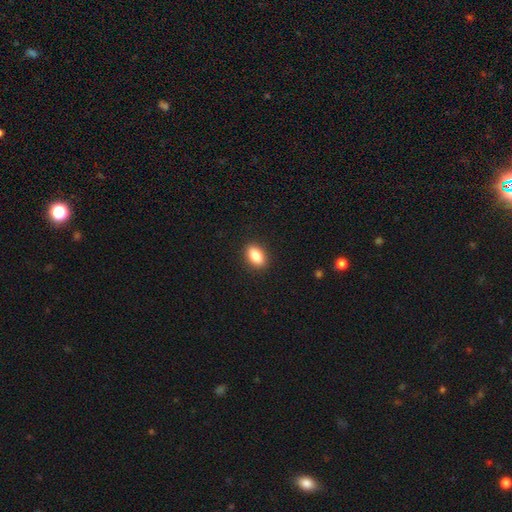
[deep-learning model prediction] Smooth or featured?
  - smooth: 85% *
  - star or artifact: 8%
  - featured or disk: 7%
How rounded?
  - in between: 86% *
  - round: 9%
  - cigar-shaped: 5%
Merging?
  - none: 90% *
  - minor disturbance: 7%
  - major disturbance: 2%
  - merger: 1%